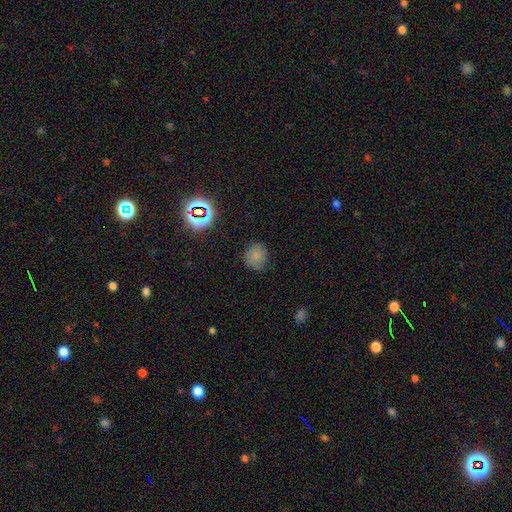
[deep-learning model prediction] smooth_or_featured: smooth (p=0.74) [alt: star or artifact p=0.19]
how_rounded: round (p=0.82) [alt: in between p=0.17]
merging: none (p=0.79) [alt: minor disturbance p=0.16]